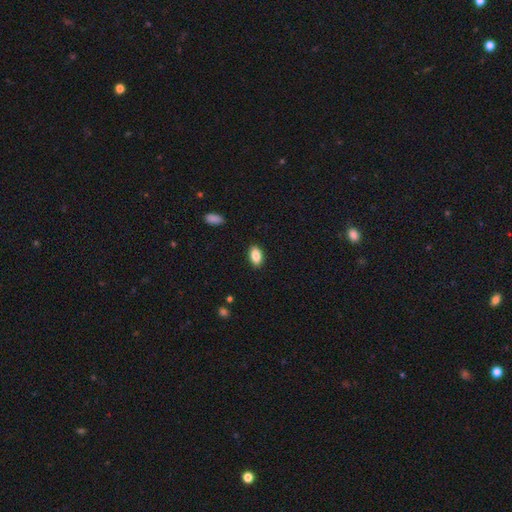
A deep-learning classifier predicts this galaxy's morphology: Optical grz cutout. It shows a smooth galaxy with no disk features (86%) that is in between round and cigar-shaped (91%). Merging: none (88%).